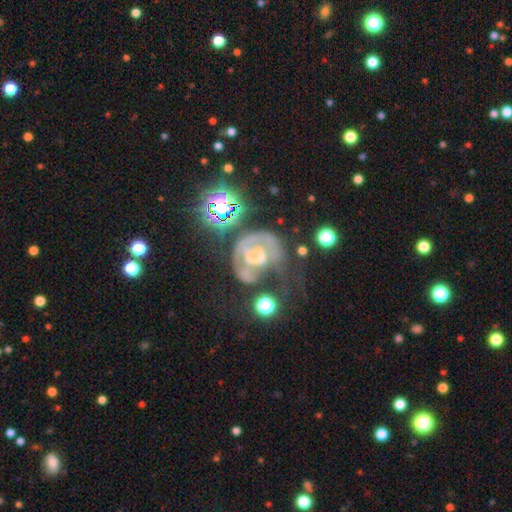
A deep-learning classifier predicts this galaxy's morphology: Q: Smooth or featured?
A: featured or disk (65%); runner-up: smooth (18%)
Q: Edge-on disk?
A: no (97%); runner-up: yes (3%)
Q: Bar?
A: no (55%); runner-up: weak (31%)
Q: Spiral arms?
A: yes (55%); runner-up: no (45%)
Q: Bulge size?
A: moderate (46%); runner-up: small (20%)
Q: Merging?
A: major disturbance (42%); runner-up: none (25%)